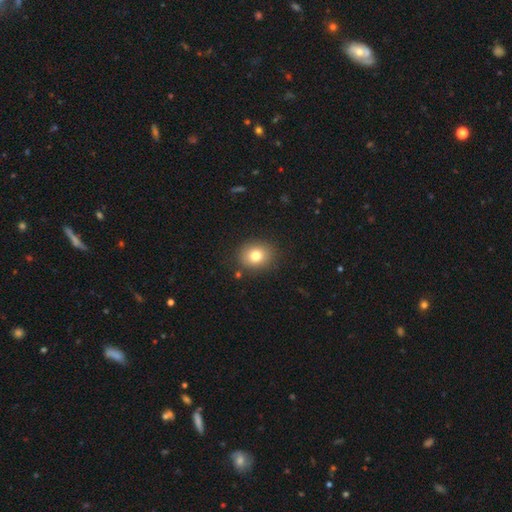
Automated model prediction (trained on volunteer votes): This is likely a smooth galaxy (78%). How rounded: likely round (66%). Merging: clearly none (87%).